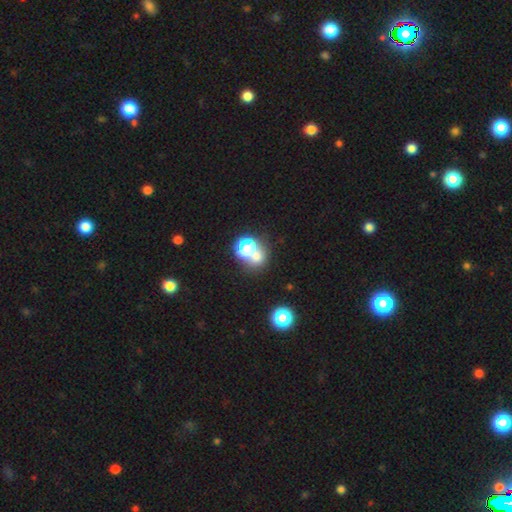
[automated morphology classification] smooth_or_featured: smooth (p=0.63) [alt: star or artifact p=0.20]
how_rounded: round (p=0.69) [alt: in between p=0.30]
merging: merger (p=0.55) [alt: none p=0.33]